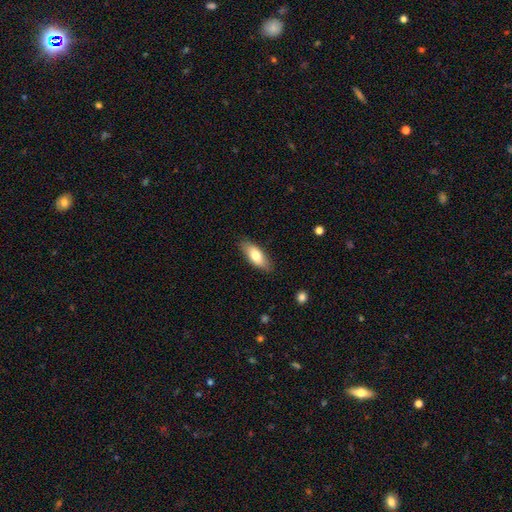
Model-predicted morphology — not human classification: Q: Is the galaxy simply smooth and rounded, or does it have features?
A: smooth — 73%.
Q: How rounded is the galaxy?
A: in between — 78%.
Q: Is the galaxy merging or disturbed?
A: none — 85%.